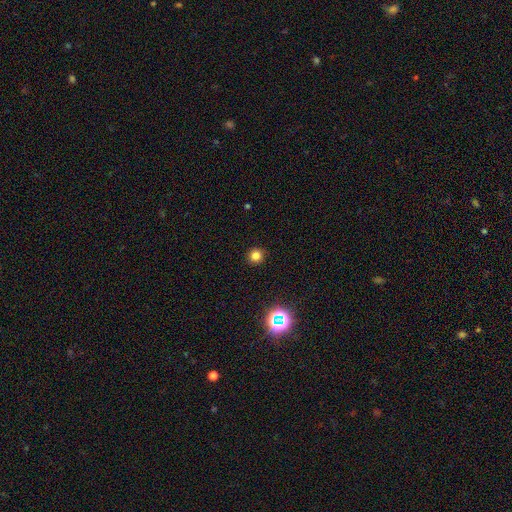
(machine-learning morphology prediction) This is likely a smooth galaxy (78%). How rounded: clearly round (94%). Merging: clearly none (93%).